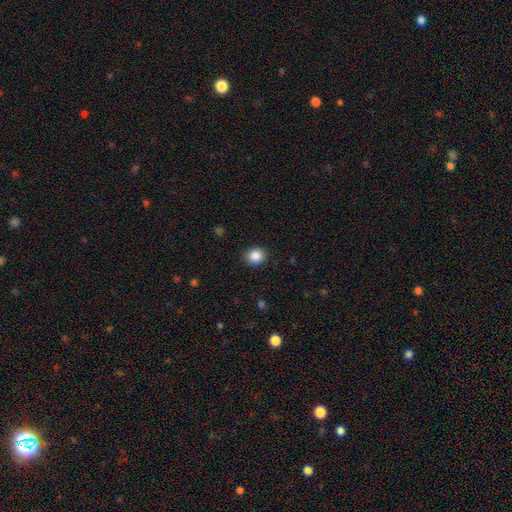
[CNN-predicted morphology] This is clearly a smooth galaxy (86%). How rounded: likely round (75%). Merging: clearly none (89%).